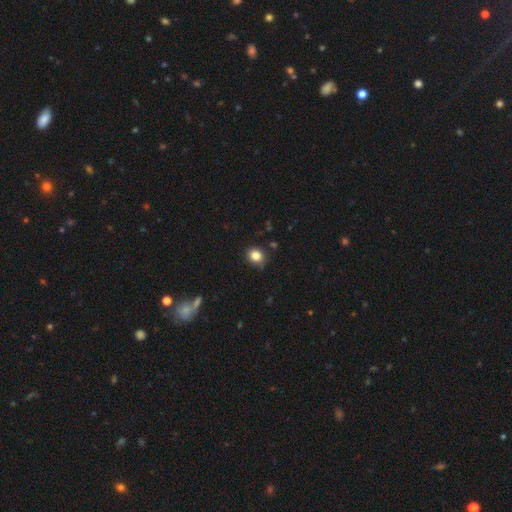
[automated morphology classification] type=smooth (84%); roundness=round (74%); merging=none (78%).